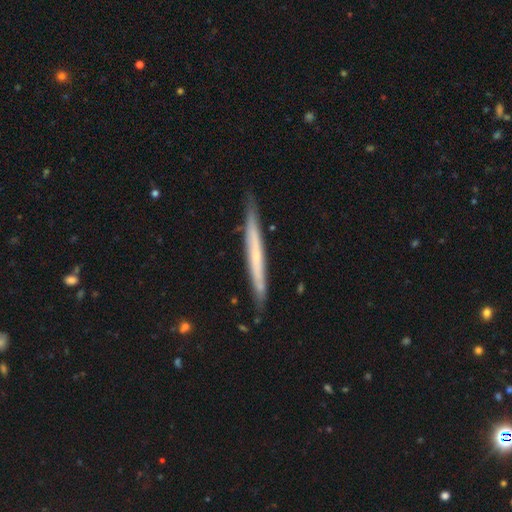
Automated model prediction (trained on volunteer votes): This is possibly a featured or disk galaxy (58%). It is clearly viewed edge-on (94%). Edge-on bulge: likely none (73%). Merging: clearly none (85%).